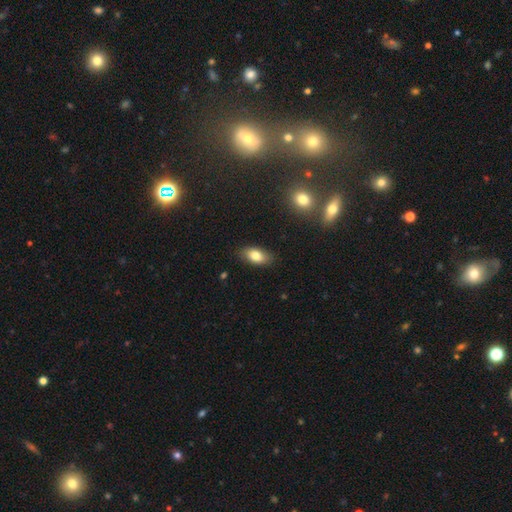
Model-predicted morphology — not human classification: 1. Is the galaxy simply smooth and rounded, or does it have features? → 81% smooth, 11% featured or disk, 8% star or artifact.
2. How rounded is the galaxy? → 92% in between, 5% round, 4% cigar-shaped.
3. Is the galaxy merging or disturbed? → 86% none, 11% minor disturbance, 2% major disturbance, 1% merger.